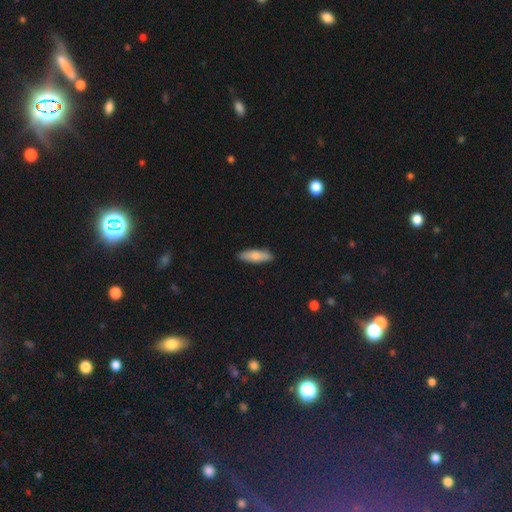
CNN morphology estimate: This is clearly a smooth galaxy (82%). How rounded: possibly cigar-shaped (53%). Merging: clearly none (88%).